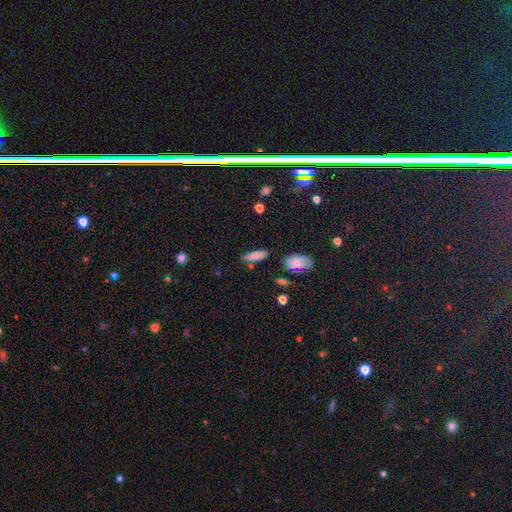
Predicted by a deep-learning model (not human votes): A smooth galaxy with no disk features (84%) that is cigar-shaped (51%). Merging: none (80%).